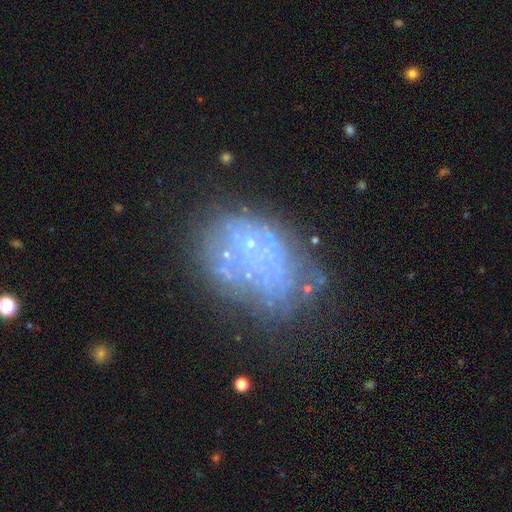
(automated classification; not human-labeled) Smooth or featured? Predicted: featured or disk (p=0.57). Edge-on disk? Predicted: no (p=0.98). Bar? Predicted: no (p=0.94). Spiral arms? Predicted: no (p=0.91). Bulge size? Predicted: none (p=0.58). Merging? Predicted: none (p=0.45).